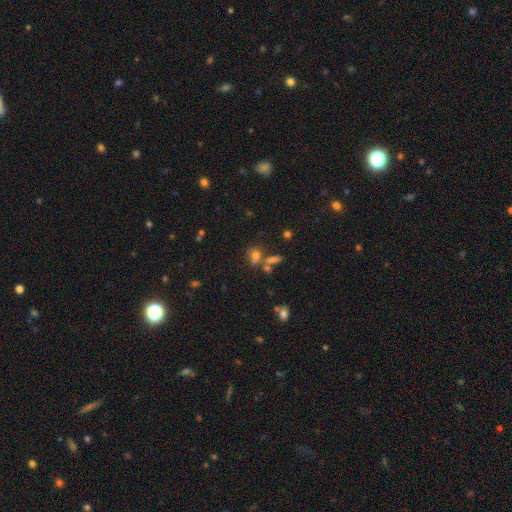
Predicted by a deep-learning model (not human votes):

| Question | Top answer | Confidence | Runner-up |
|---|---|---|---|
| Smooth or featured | smooth | 64% | star or artifact (20%) |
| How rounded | round | 49% | in between (47%) |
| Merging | none | 48% | merger (29%) |